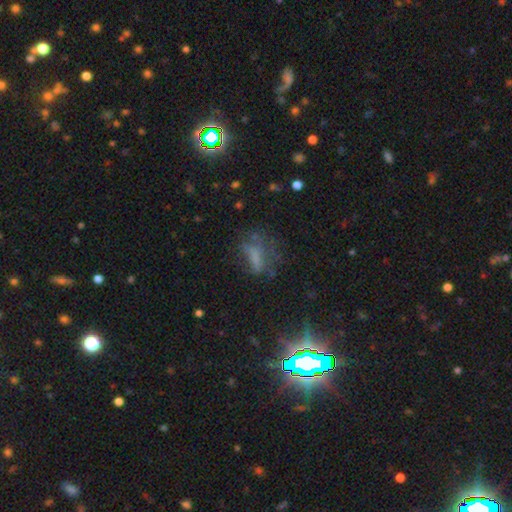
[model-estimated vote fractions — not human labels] smooth 40%, star or artifact 32%, featured or disk 28%. Down the decision tree: merging — none (42%).